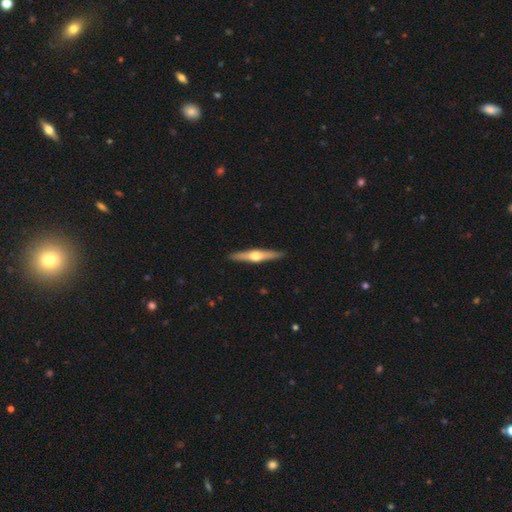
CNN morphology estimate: Smooth or featured? featured or disk (68%)
Edge-on disk? yes (97%)
Edge-on bulge? rounded (94%)
Merging? none (91%)